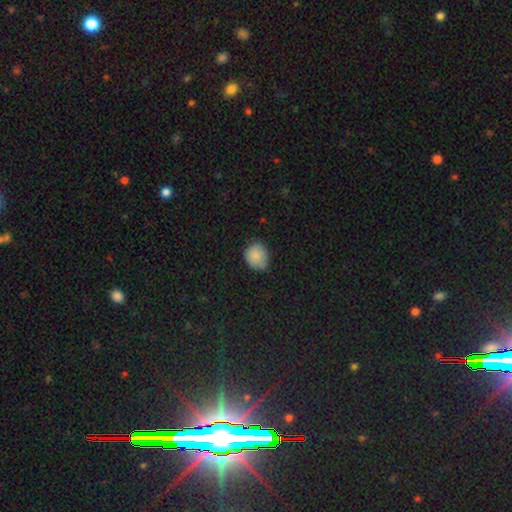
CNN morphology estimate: smooth 86%, star or artifact 8%, featured or disk 6%. Down the decision tree: how rounded — round (70%); merging — none (66%).